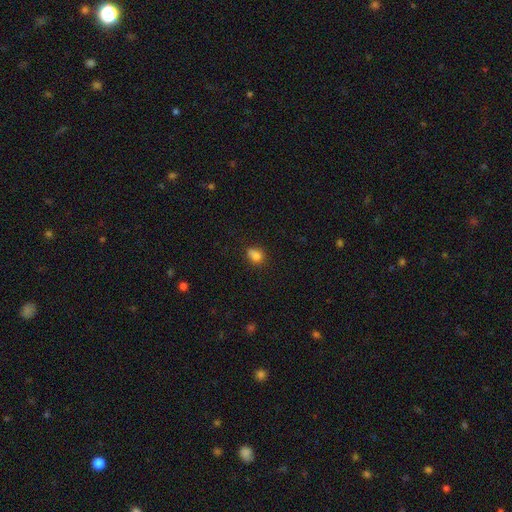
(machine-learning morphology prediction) This appears to be a smooth galaxy with no disk features (81%) that is in between round and cigar-shaped (54%). Merging: none (58%).